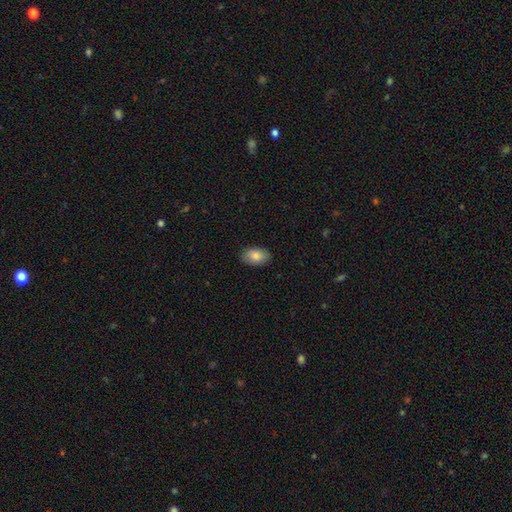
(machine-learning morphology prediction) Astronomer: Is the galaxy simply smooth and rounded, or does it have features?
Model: smooth — 85%.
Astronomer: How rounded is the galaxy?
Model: in between — 91%.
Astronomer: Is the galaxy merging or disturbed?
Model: none — 88%.